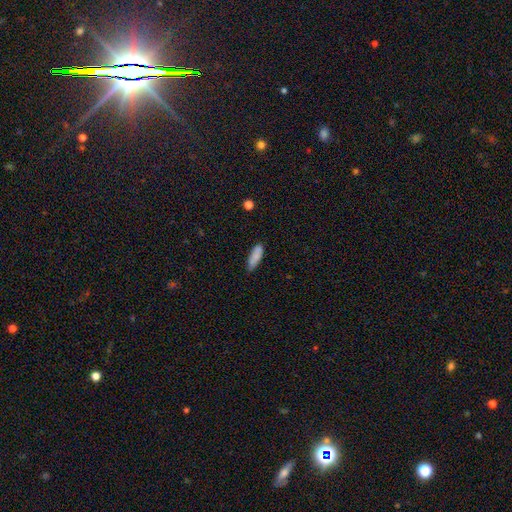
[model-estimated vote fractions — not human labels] Smooth or featured? Predicted: smooth (p=0.84). How rounded? Predicted: in between (p=0.55). Merging? Predicted: none (p=0.70).